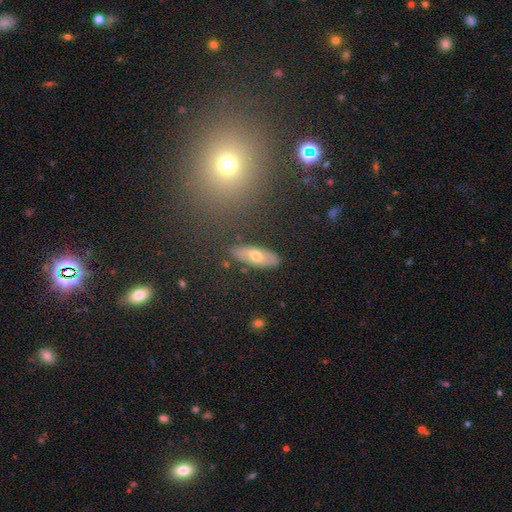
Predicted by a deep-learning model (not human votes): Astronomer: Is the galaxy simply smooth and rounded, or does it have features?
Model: smooth — 50% (runner-up: featured or disk, 41%).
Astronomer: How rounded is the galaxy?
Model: in between — 75%.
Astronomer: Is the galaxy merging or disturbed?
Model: none — 83%.